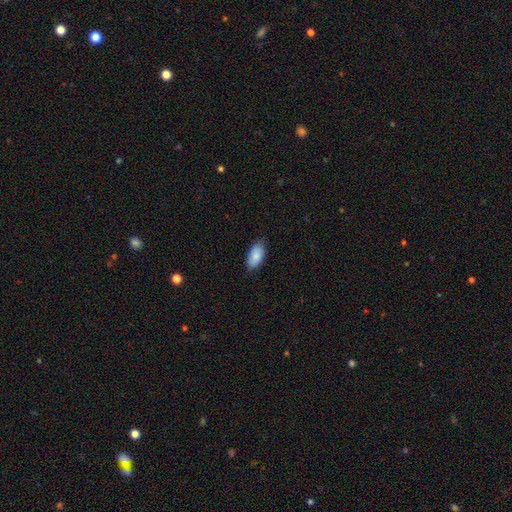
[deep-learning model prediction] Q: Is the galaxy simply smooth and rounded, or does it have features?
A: smooth — 86%.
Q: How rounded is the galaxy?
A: in between — 93%.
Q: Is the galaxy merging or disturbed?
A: none — 84%.